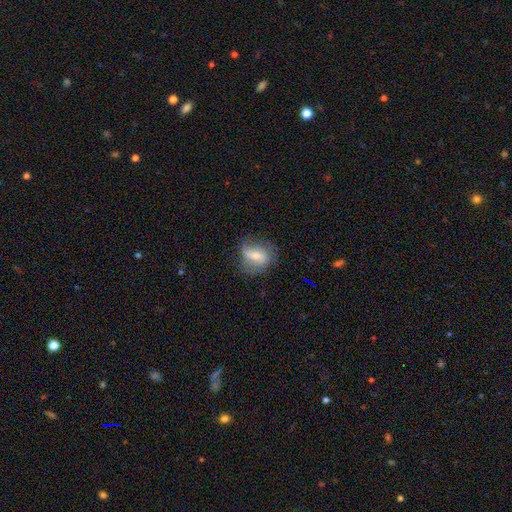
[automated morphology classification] Smooth or featured? featured or disk (55%)
Edge-on disk? no (92%)
Bar? weak (41%)
Spiral arms? yes (64%)
Bulge size? moderate (49%)
Merging? none (65%)